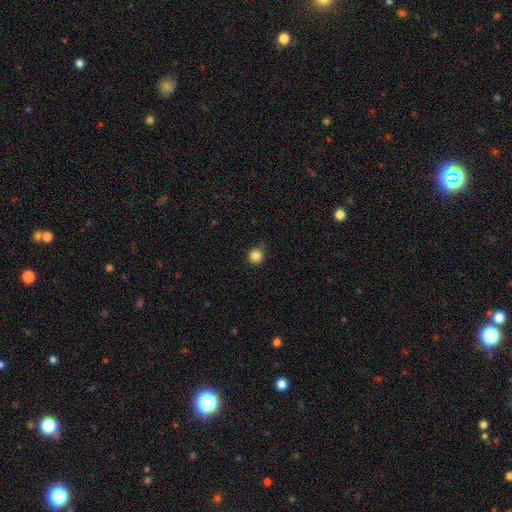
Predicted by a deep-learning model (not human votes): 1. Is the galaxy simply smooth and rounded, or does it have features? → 85% smooth, 11% star or artifact, 4% featured or disk.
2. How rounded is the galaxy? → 89% round, 10% in between, 1% cigar-shaped.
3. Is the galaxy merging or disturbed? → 78% none, 17% minor disturbance, 3% major disturbance, 1% merger.